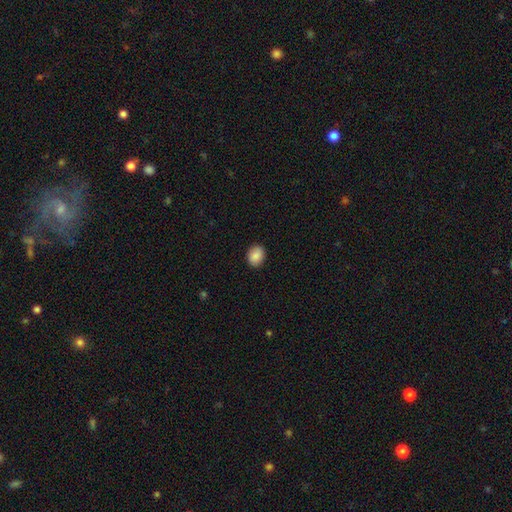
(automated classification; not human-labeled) Smooth or featured?
  - smooth: 89% *
  - star or artifact: 8%
  - featured or disk: 4%
How rounded?
  - in between: 56% *
  - round: 44%
  - cigar-shaped: 1%
Merging?
  - none: 90% *
  - minor disturbance: 7%
  - major disturbance: 2%
  - merger: 1%